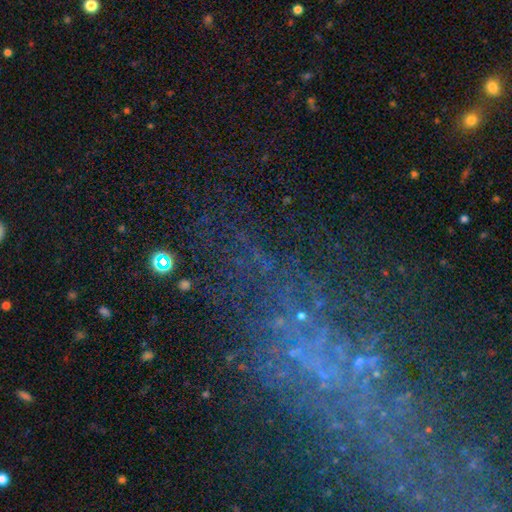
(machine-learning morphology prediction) Overall: star or artifact (43%; featured or disk 41%).